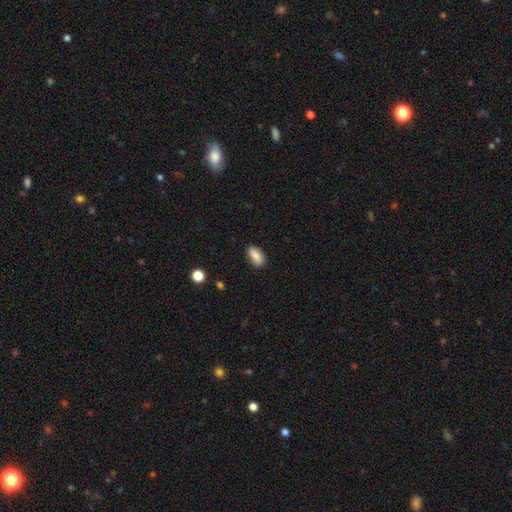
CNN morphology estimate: This appears to be a smooth galaxy with no disk features (85%) that is in between round and cigar-shaped (90%). Merging: none (85%).